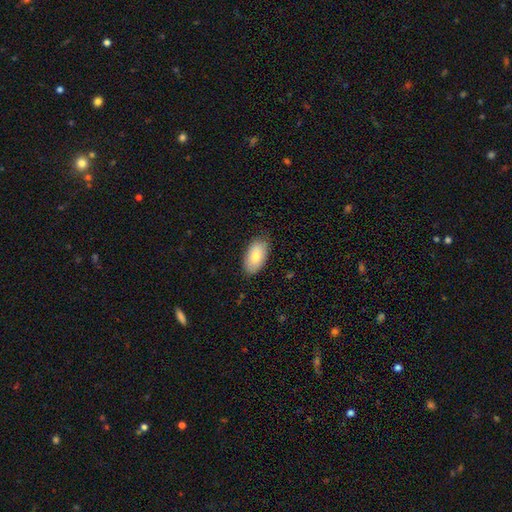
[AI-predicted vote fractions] Smooth or featured? Predicted: smooth (p=0.80). How rounded? Predicted: in between (p=0.95). Merging? Predicted: none (p=0.83).